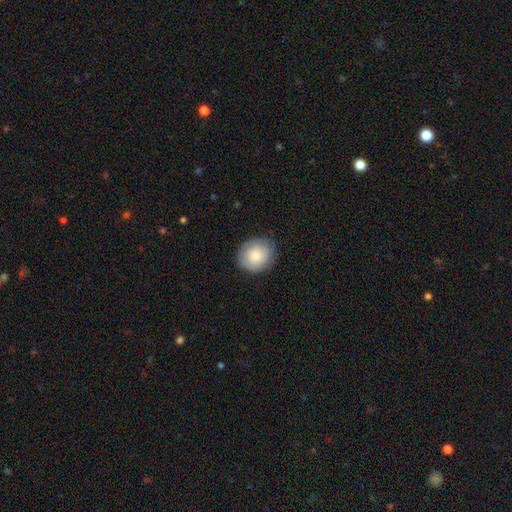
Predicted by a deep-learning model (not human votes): This appears to be a smooth galaxy with no disk features (80%) that is round (70%). Merging: none (82%).